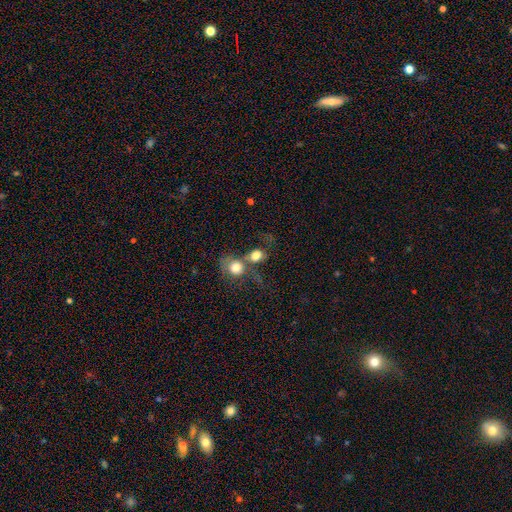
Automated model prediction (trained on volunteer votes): The model was most divided on "how rounded": round: 63%, in between: 36%, cigar-shaped: 2%. More confident: smooth or featured — smooth (74%); merging — merger (62%).